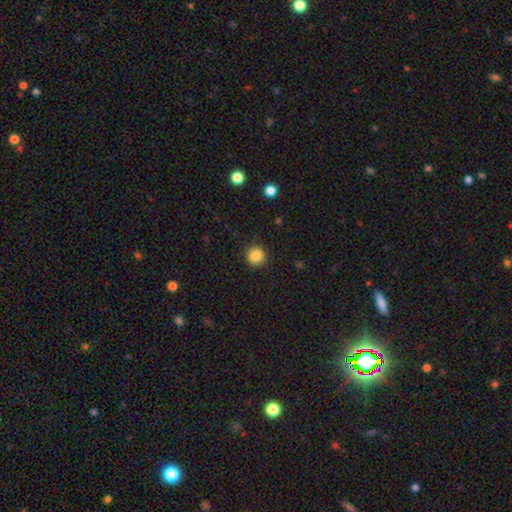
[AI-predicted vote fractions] smooth 85%, star or artifact 10%, featured or disk 4%. Down the decision tree: how rounded — round (92%); merging — none (91%).